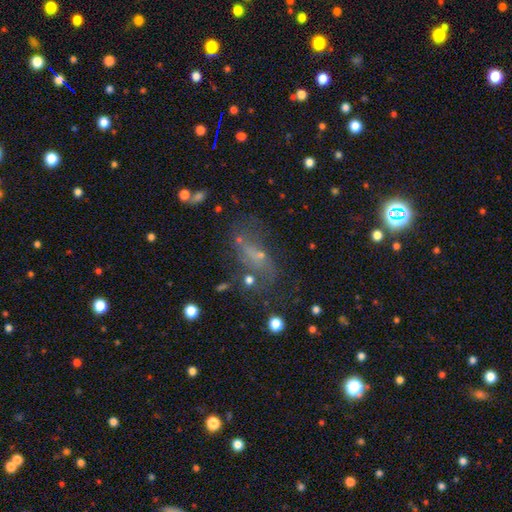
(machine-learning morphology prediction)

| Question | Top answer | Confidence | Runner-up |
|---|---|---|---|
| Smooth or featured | featured or disk | 42% | smooth (37%) |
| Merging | none | 43% | major disturbance (26%) |